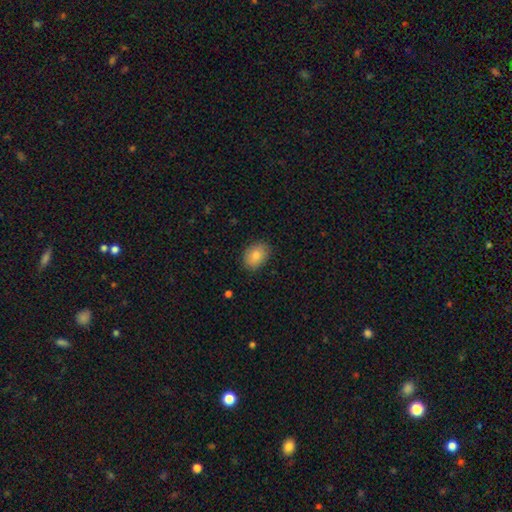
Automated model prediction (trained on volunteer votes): smooth-or-featured: smooth: 85% | featured or disk: 8% | star or artifact: 7%
  how-rounded: in between: 78% | round: 21% | cigar-shaped: 1%
  merging: none: 84% | minor disturbance: 12% | major disturbance: 3% | merger: 1%